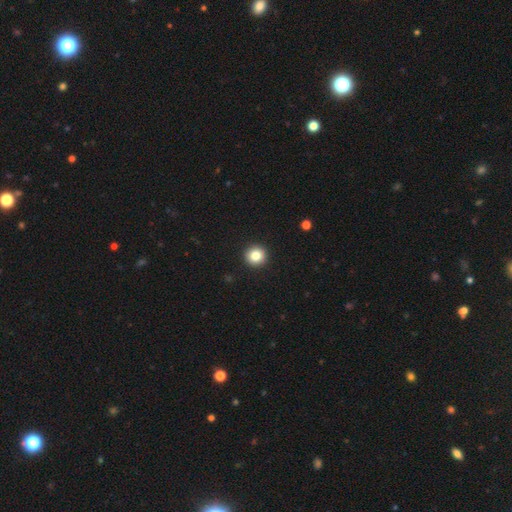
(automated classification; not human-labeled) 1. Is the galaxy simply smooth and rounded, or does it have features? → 83% smooth, 10% star or artifact, 7% featured or disk.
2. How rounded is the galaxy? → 95% round, 4% in between, 1% cigar-shaped.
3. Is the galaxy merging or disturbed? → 93% none, 4% minor disturbance, 1% major disturbance, 1% merger.